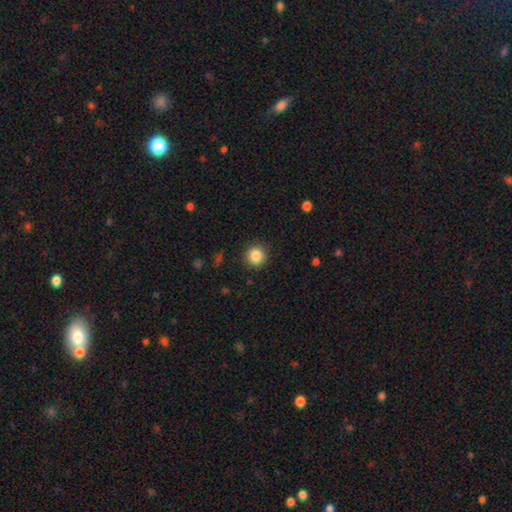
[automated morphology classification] This appears to be a smooth galaxy with no disk features (86%) that is round (93%). Merging: none (89%).